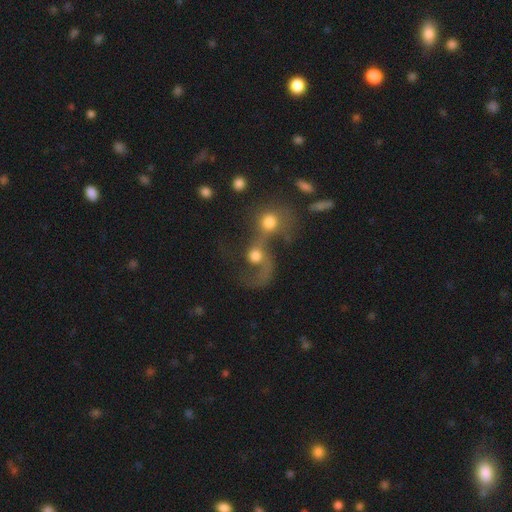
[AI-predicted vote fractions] smooth_or_featured: featured or disk (p=0.45) [alt: smooth p=0.44]
merging: merger (p=0.69) [alt: major disturbance p=0.15]